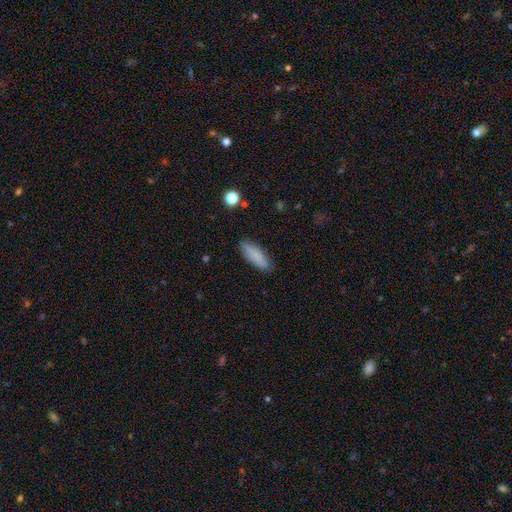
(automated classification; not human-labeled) Smooth or featured? smooth (84%)
How rounded? in between (51%)
Merging? none (84%)